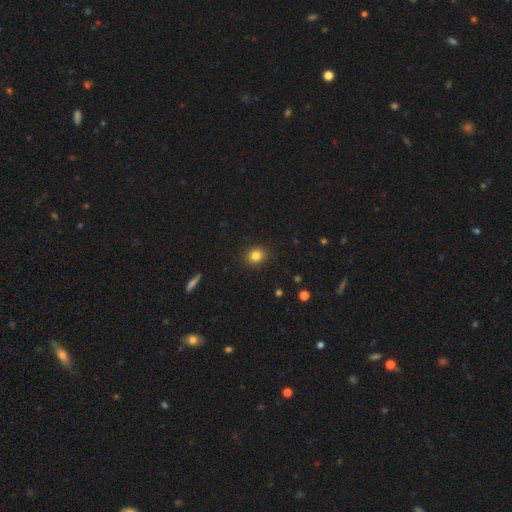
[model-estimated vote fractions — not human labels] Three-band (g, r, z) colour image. It shows a smooth galaxy with no disk features (82%) that is round (67%). Merging: none (91%).